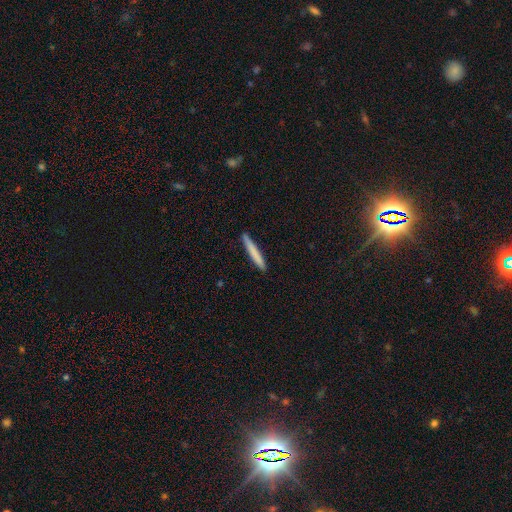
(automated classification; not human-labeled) Q: Smooth or featured?
A: smooth (75%); runner-up: featured or disk (20%)
Q: How rounded?
A: cigar-shaped (97%); runner-up: in between (2%)
Q: Merging?
A: none (91%); runner-up: minor disturbance (6%)